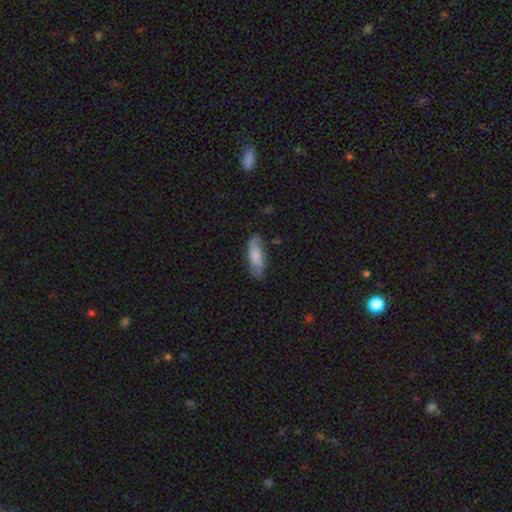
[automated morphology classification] This appears to be a smooth galaxy with no disk features (69%) that is in between round and cigar-shaped (68%). Merging: none (69%).